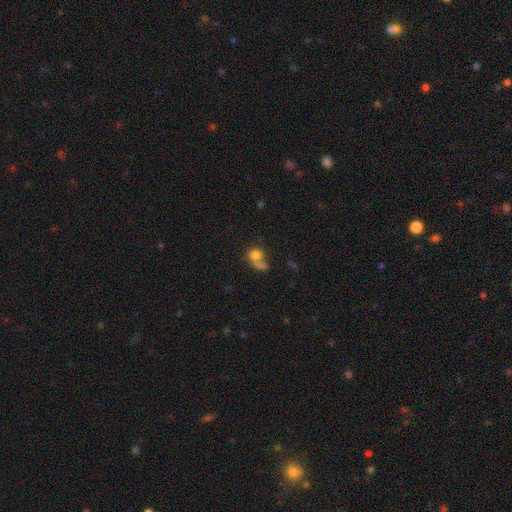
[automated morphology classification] This appears to be a smooth galaxy with no disk features (74%) that is round (65%). Merging: merger (41%).